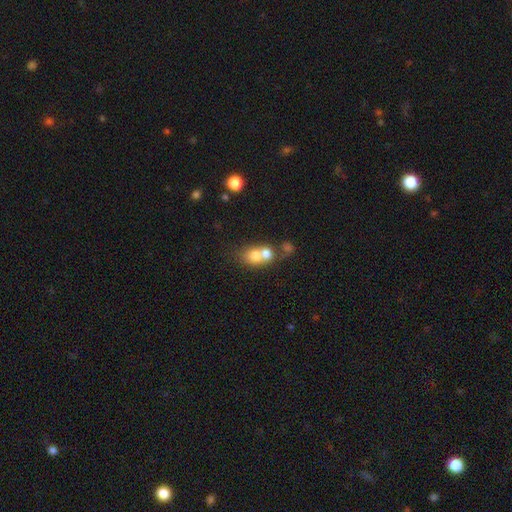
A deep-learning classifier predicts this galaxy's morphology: Smooth or featured? Predicted: smooth (p=0.70). How rounded? Predicted: round (p=0.56). Merging? Predicted: merger (p=0.66).